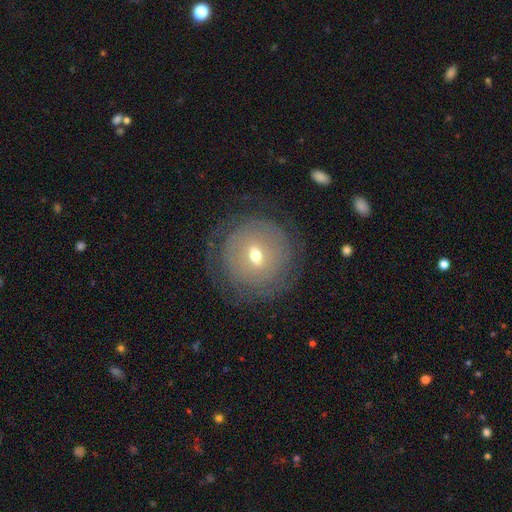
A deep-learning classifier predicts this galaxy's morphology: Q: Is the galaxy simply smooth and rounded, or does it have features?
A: featured or disk — 63%.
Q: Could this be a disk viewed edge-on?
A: no — 94%.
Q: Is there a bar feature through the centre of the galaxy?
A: weak — 50%.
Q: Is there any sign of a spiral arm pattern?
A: yes — 66%.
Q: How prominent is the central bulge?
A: moderate — 51%.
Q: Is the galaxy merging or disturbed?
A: none — 75%.